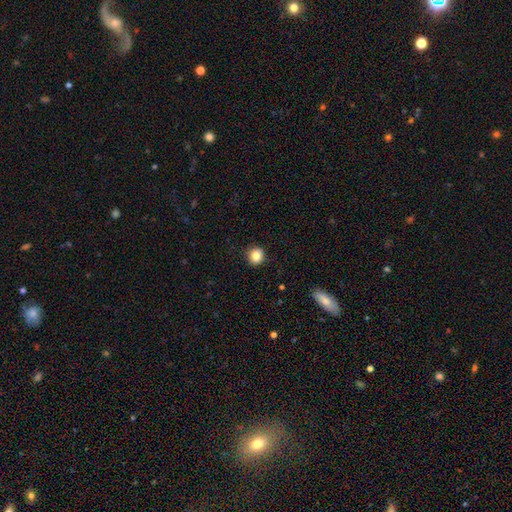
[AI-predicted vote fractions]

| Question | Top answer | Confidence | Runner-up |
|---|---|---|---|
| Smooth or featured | smooth | 84% | star or artifact (10%) |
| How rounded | round | 91% | in between (8%) |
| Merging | none | 91% | minor disturbance (6%) |